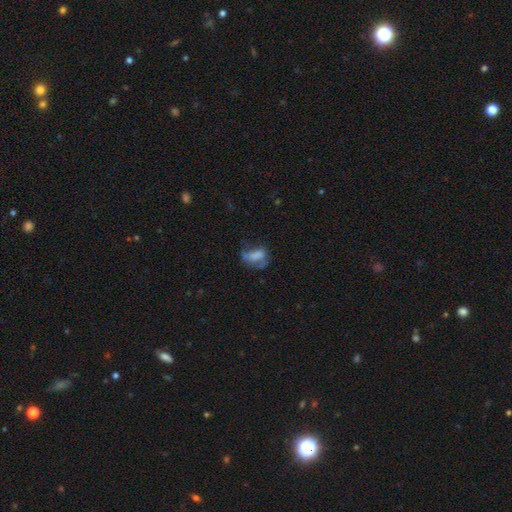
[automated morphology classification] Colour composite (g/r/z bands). It shows a smooth galaxy with no disk features (58%) that is in between round and cigar-shaped (81%). Merging: major disturbance (36%).